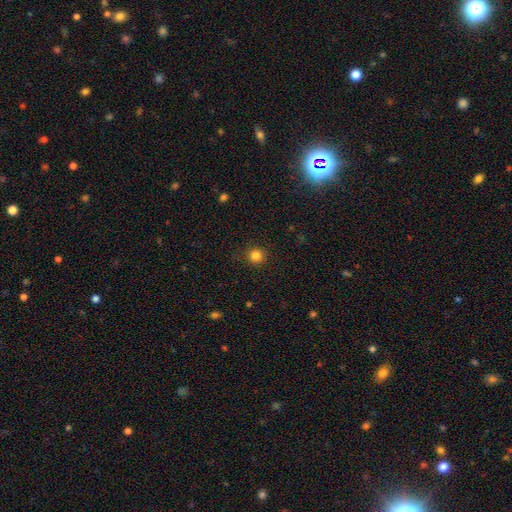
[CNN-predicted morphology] A smooth galaxy with no disk features (84%) that is round (94%).

Vote fractions:
- Smooth or featured? smooth: 84% / star or artifact: 13% / featured or disk: 4%
- How rounded? round: 94% / in between: 5% / cigar-shaped: 1%
- Merging? none: 91% / minor disturbance: 6% / major disturbance: 2% / merger: 1%